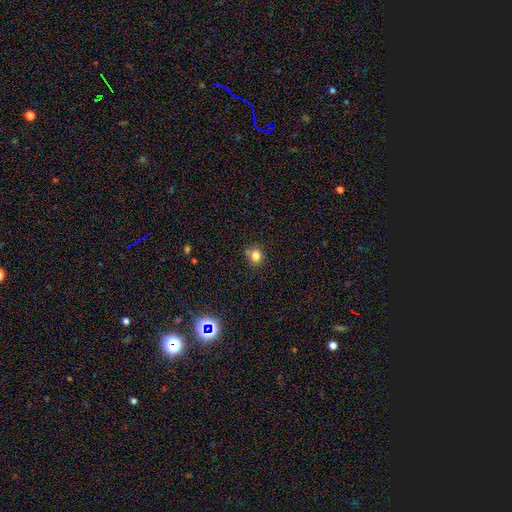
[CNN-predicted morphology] The model was most divided on "how rounded": round: 77%, in between: 22%, cigar-shaped: 1%. More confident: smooth or featured — smooth (79%); merging — none (72%).